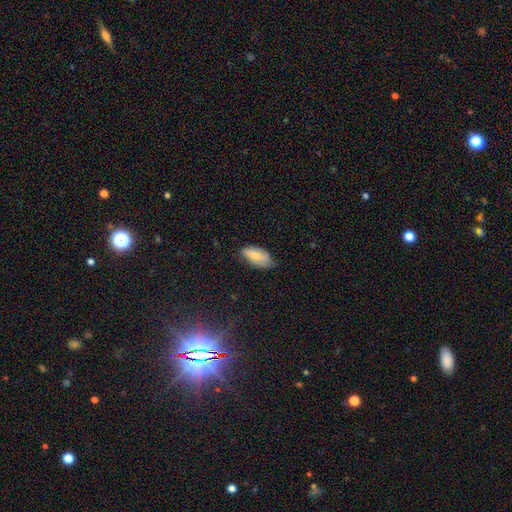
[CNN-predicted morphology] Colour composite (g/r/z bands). It shows a smooth galaxy with no disk features (73%) that is in between round and cigar-shaped (89%). Merging: none (62%).